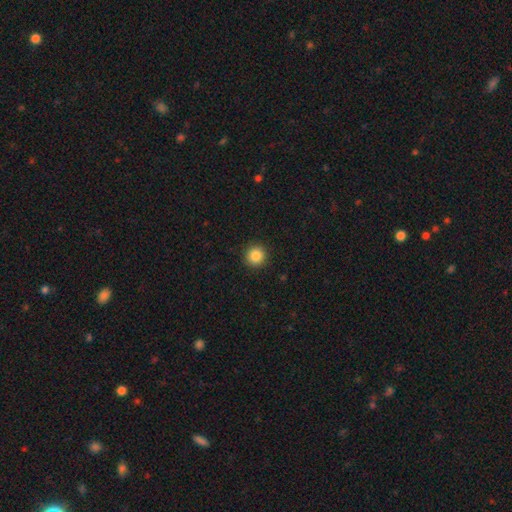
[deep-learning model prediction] smooth_or_featured: smooth (p=0.86) [alt: star or artifact p=0.10]
how_rounded: round (p=0.95) [alt: in between p=0.04]
merging: none (p=0.92) [alt: minor disturbance p=0.05]